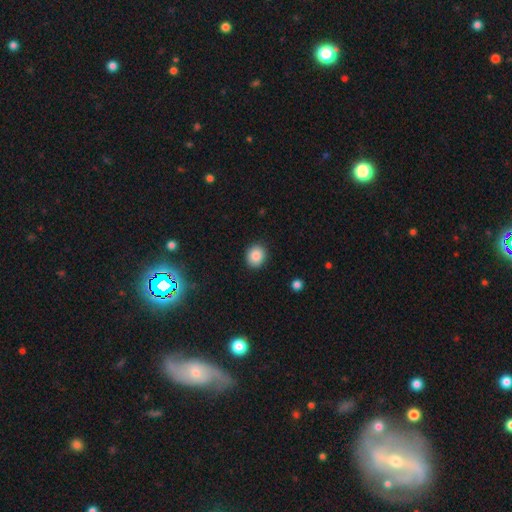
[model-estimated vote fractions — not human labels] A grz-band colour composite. It shows a smooth galaxy with no disk features (87%) that is round (74%). Merging: none (90%).